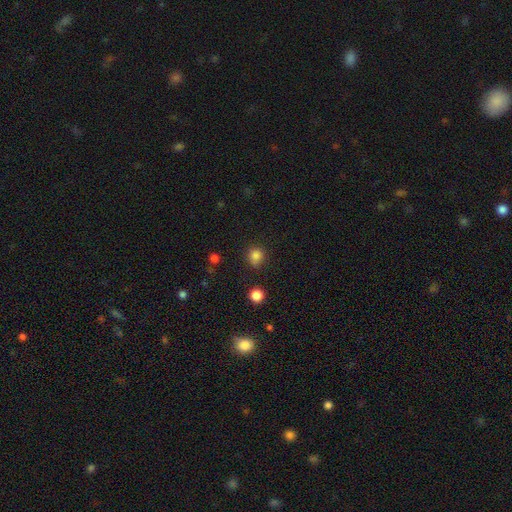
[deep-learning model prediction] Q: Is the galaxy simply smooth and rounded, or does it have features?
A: smooth — 82%.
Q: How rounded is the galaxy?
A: round — 82%.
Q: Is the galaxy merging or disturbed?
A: none — 78%.